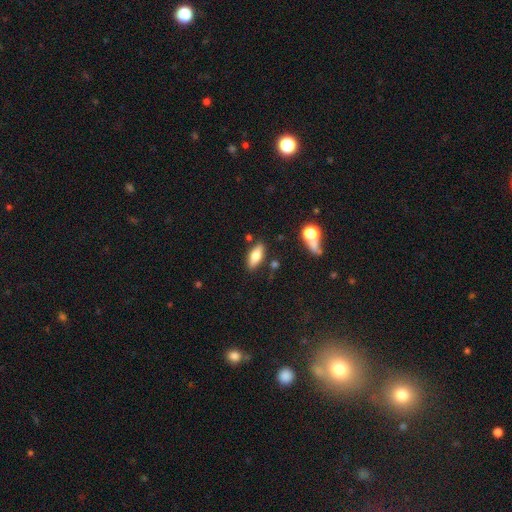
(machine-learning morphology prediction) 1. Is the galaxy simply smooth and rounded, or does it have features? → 67% smooth, 25% featured or disk, 8% star or artifact.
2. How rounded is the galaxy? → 70% in between, 27% cigar-shaped, 3% round.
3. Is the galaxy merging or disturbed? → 82% none, 11% minor disturbance, 4% merger, 3% major disturbance.